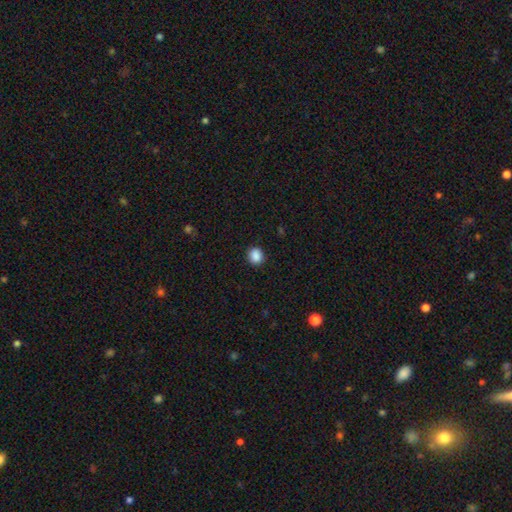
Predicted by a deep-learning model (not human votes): The model was most divided on "how rounded": round: 77%, in between: 22%, cigar-shaped: 1%. More confident: merging — none (90%); smooth or featured — smooth (88%).